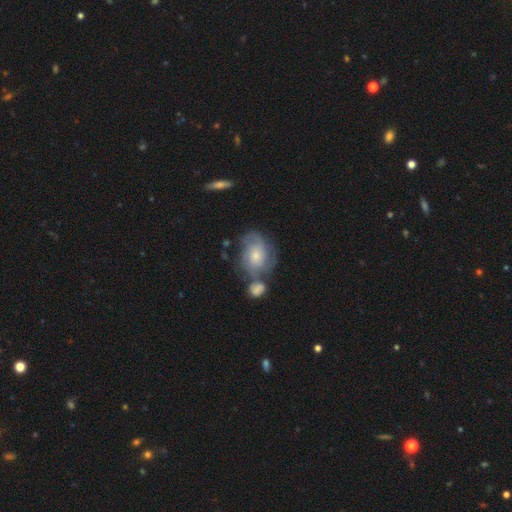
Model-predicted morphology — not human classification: Smooth or featured? featured or disk (64%)
Edge-on disk? no (96%)
Bar? no (72%)
Spiral arms? yes (85%)
Spiral winding? tight (54%)
Spiral arm count? can't tell (40%)
Bulge size? moderate (49%)
Merging? none (49%)